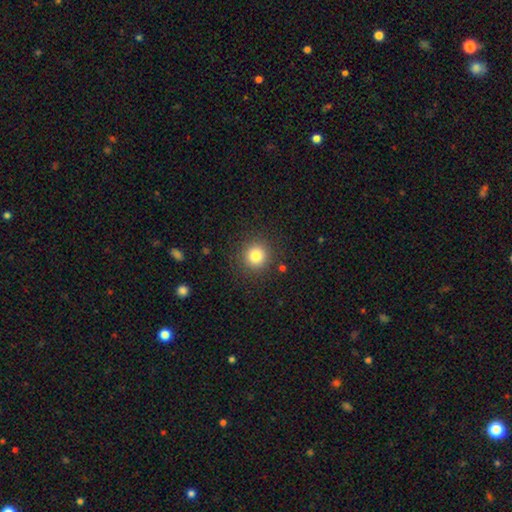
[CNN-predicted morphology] type=smooth (81%); roundness=round (94%); merging=none (89%).